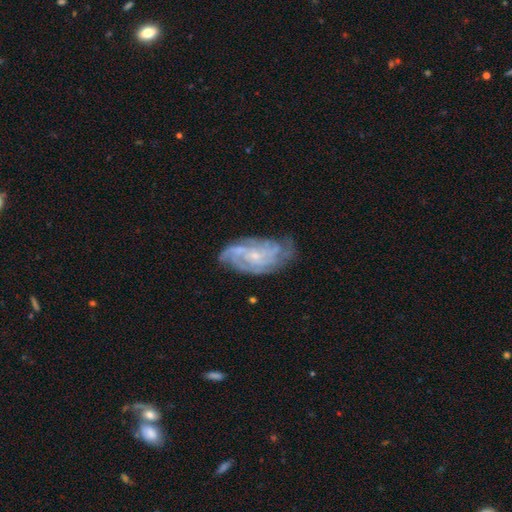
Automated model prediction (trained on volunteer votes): smooth-or-featured: featured or disk: 83% | smooth: 10% | star or artifact: 7%
  disk-edge-on: no: 96% | yes: 4%
    bar: no: 70% | weak: 25% | strong: 5%
    has-spiral-arms: yes: 95% | no: 5%
      spiral-winding: tight: 57% | medium: 34% | loose: 9%
      spiral-arm-count: can't tell: 28% | 4: 25% | 3: 21% | 2: 13% | more than 4: 7% | 1: 6%
    bulge-size: small: 77% | moderate: 17% | none: 4% | large: 1% | dominant: 1%
  merging: none: 67% | minor disturbance: 22% | major disturbance: 9% | merger: 2%